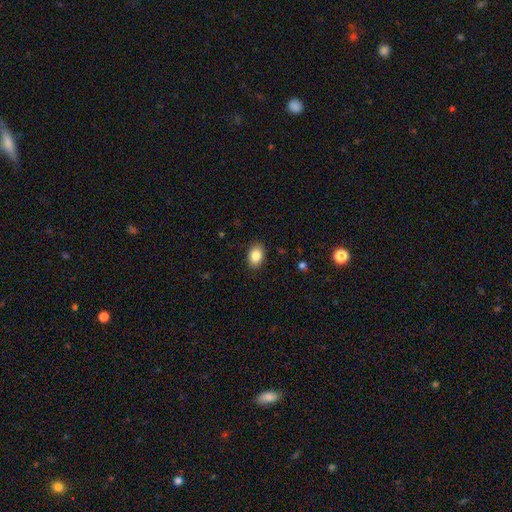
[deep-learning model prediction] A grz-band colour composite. It shows a smooth galaxy with no disk features (86%) that is in between round and cigar-shaped (78%). Merging: none (87%).